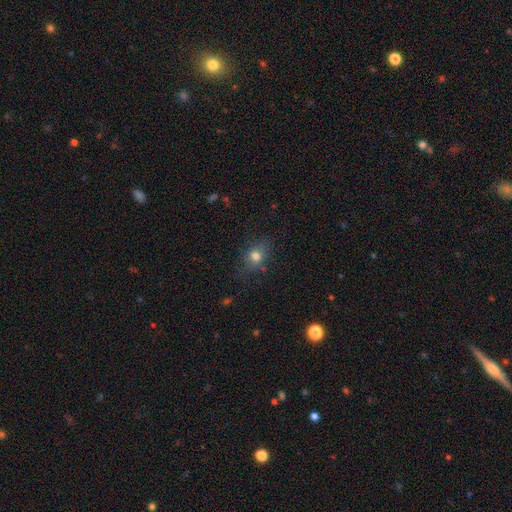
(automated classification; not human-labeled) Smooth or featured?
  - smooth: 73% *
  - star or artifact: 15%
  - featured or disk: 12%
How rounded?
  - round: 50% *
  - in between: 48%
  - cigar-shaped: 2%
Merging?
  - none: 75% *
  - minor disturbance: 17%
  - major disturbance: 6%
  - merger: 2%